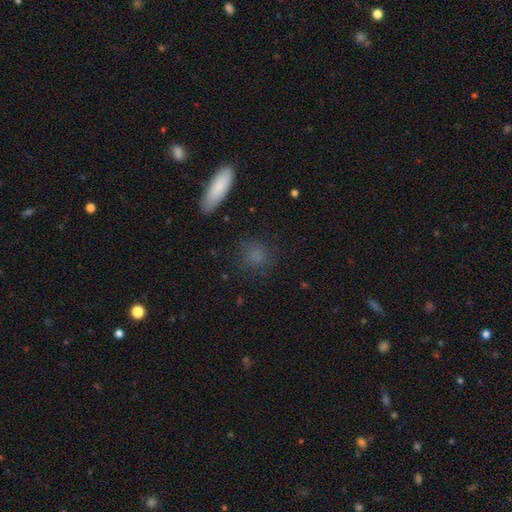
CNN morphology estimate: smooth-or-featured: smooth: 77% | star or artifact: 14% | featured or disk: 9%
  how-rounded: round: 71% | in between: 23% | cigar-shaped: 6%
  merging: none: 81% | minor disturbance: 12% | major disturbance: 5% | merger: 2%